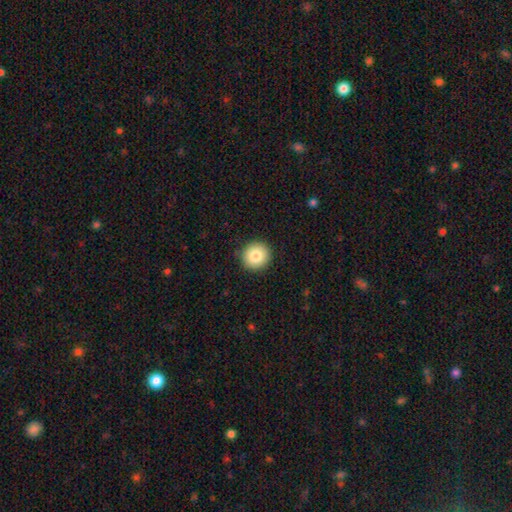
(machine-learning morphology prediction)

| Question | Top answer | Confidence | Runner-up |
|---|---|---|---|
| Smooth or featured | smooth | 84% | star or artifact (9%) |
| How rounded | round | 94% | in between (5%) |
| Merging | none | 91% | minor disturbance (6%) |